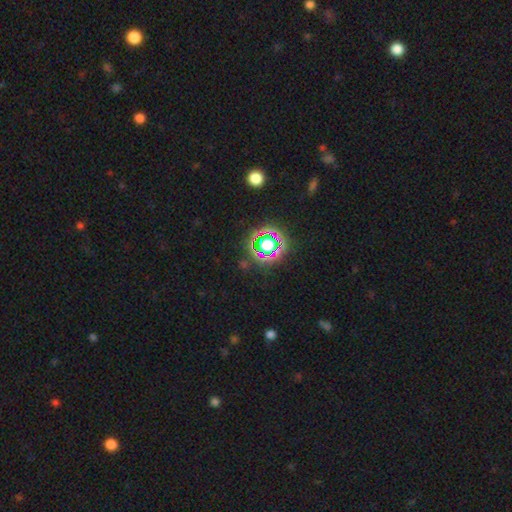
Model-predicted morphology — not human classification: This appears to be a star or artifact, not a galaxy (79%).